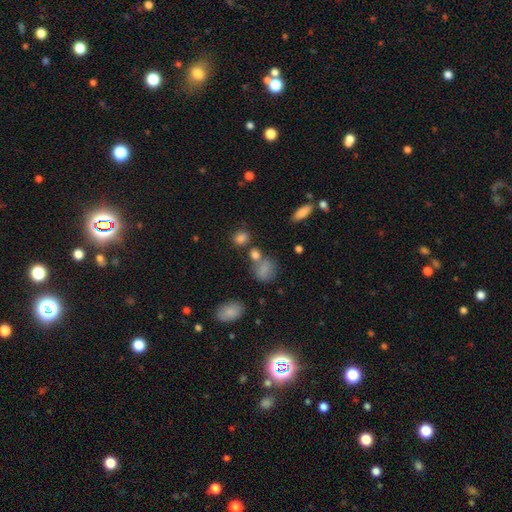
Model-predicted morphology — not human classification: A smooth galaxy with no disk features (64%) that is round (68%). Merging: none (60%).